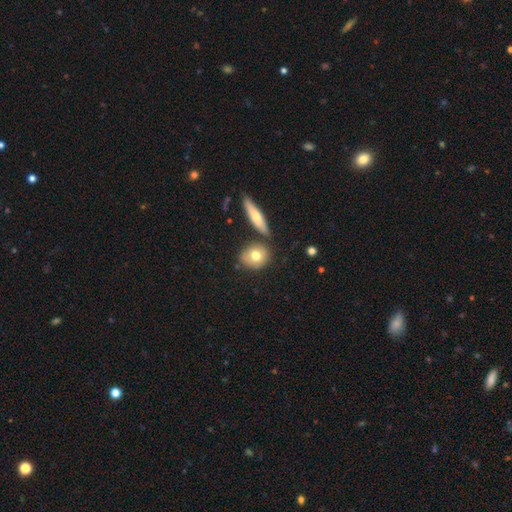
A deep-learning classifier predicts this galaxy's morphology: This is likely a smooth galaxy (73%). How rounded: possibly round (59%). Merging: likely none (73%).